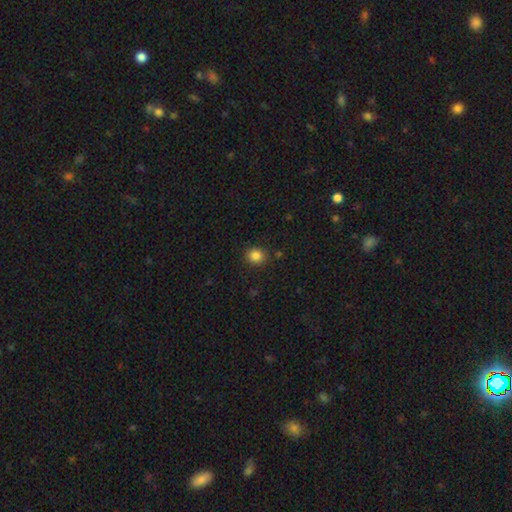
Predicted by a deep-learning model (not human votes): Smooth or featured? Predicted: smooth (p=0.85). How rounded? Predicted: round (p=0.76). Merging? Predicted: none (p=0.88).